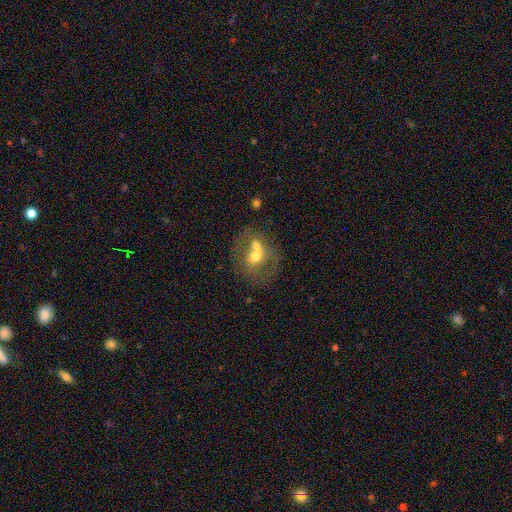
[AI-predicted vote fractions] smooth_or_featured: smooth (p=0.50) [alt: featured or disk p=0.40]
merging: merger (p=0.45) [alt: none p=0.36]